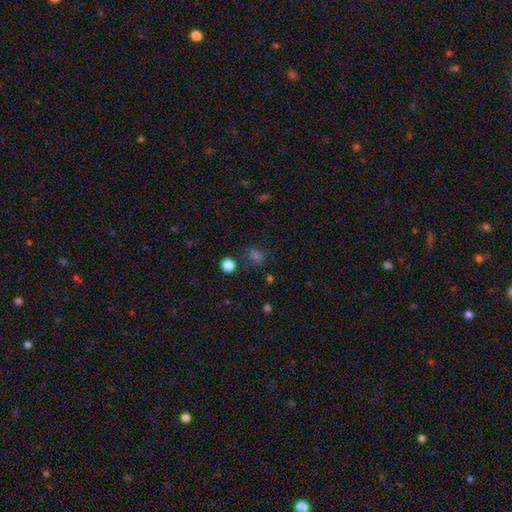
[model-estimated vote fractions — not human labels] Smooth or featured? smooth (60%)
How rounded? in between (58%)
Merging? none (71%)